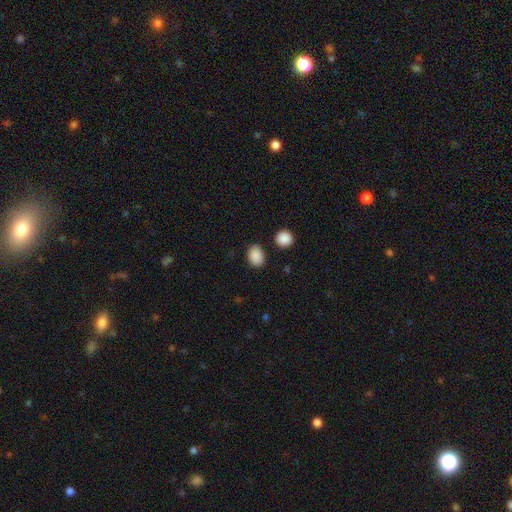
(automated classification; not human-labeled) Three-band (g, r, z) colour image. It shows a smooth galaxy with no disk features (89%) that is in between round and cigar-shaped (70%). Merging: none (82%).